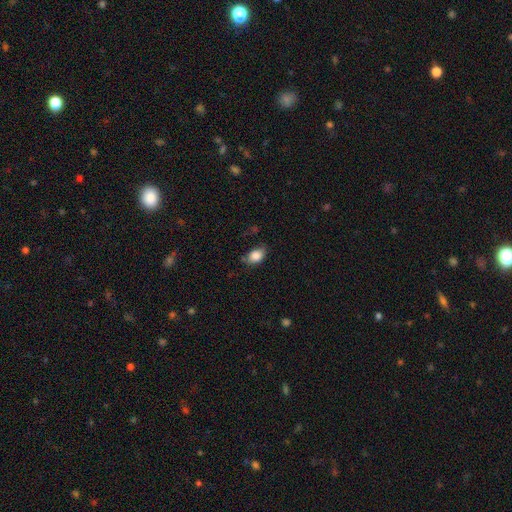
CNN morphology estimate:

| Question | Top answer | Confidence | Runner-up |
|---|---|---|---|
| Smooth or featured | smooth | 86% | star or artifact (8%) |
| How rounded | in between | 79% | round (19%) |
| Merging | none | 68% | minor disturbance (25%) |